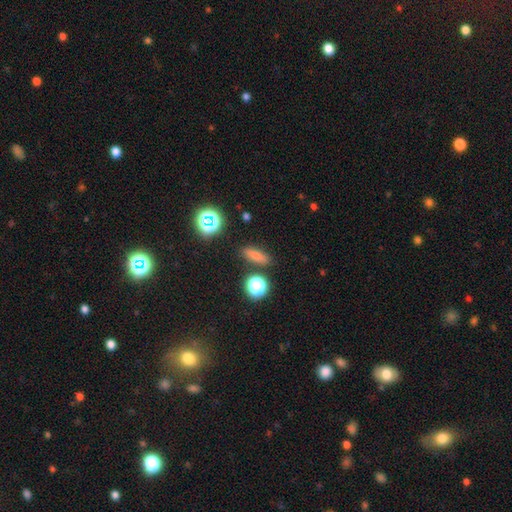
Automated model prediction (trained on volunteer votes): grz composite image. It shows a smooth galaxy with no disk features (74%) that is in between round and cigar-shaped (43%, tied with cigar-shaped). Merging: none (85%).